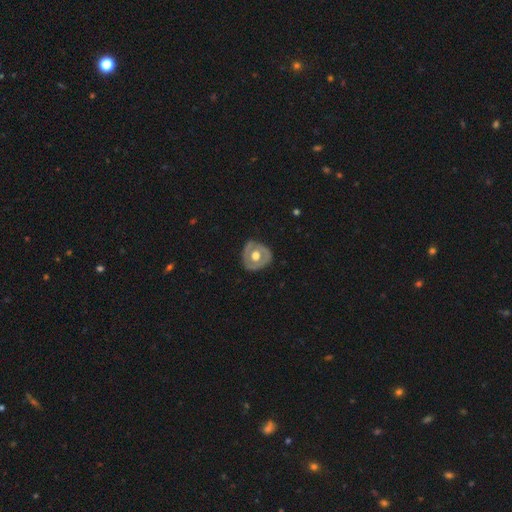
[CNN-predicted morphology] smooth-or-featured: featured or disk: 57% | smooth: 37% | star or artifact: 6%
  disk-edge-on: no: 93% | yes: 7%
    bar: no: 85% | weak: 12% | strong: 3%
    has-spiral-arms: no: 82% | yes: 18%
    bulge-size: moderate: 52% | large: 41% | small: 3% | dominant: 2% | none: 1%
  merging: none: 76% | minor disturbance: 17% | major disturbance: 5% | merger: 1%